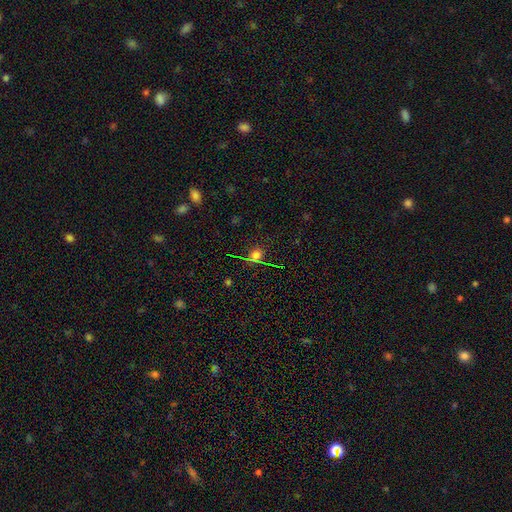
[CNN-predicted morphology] Q: Smooth or featured?
A: smooth (51%); runner-up: star or artifact (39%)
Q: How rounded?
A: round (79%); runner-up: in between (18%)
Q: Merging?
A: none (79%); runner-up: minor disturbance (11%)